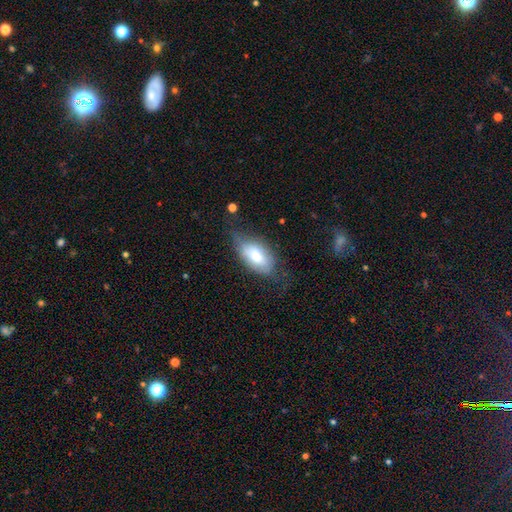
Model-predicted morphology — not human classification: smooth 67%, featured or disk 26%, star or artifact 7%. Down the decision tree: how rounded — in between (91%); merging — none (48%).